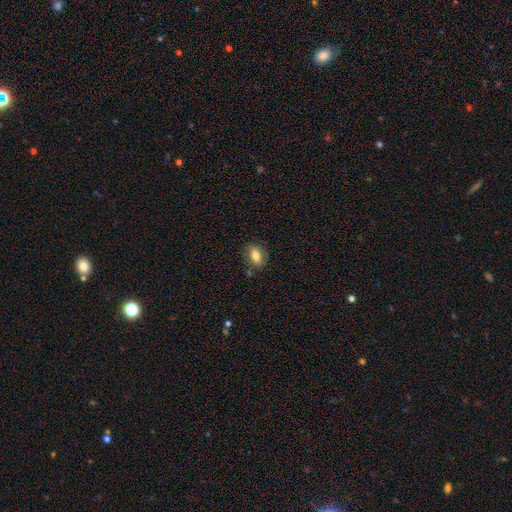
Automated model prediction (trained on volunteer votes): Q: Smooth or featured?
A: smooth (72%); runner-up: featured or disk (20%)
Q: How rounded?
A: in between (80%); runner-up: round (15%)
Q: Merging?
A: none (76%); runner-up: minor disturbance (16%)